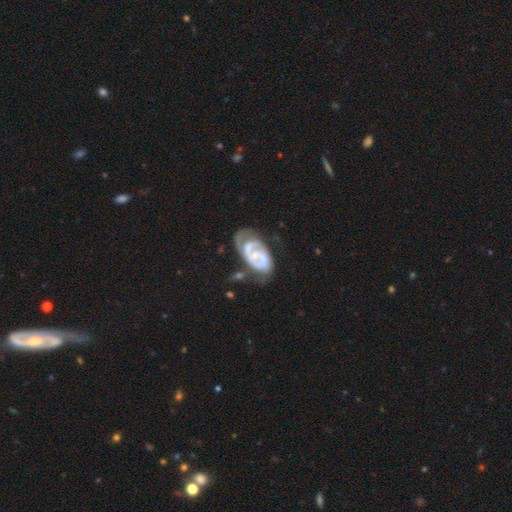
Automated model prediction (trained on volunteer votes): Morphology: type=featured or disk (81%); edge-on=no (97%); bar=no (51%); spiral arms=yes (88%); winding=tight (52%); arm count=2 (59%); bulge=small (57%); merging=none (43%).